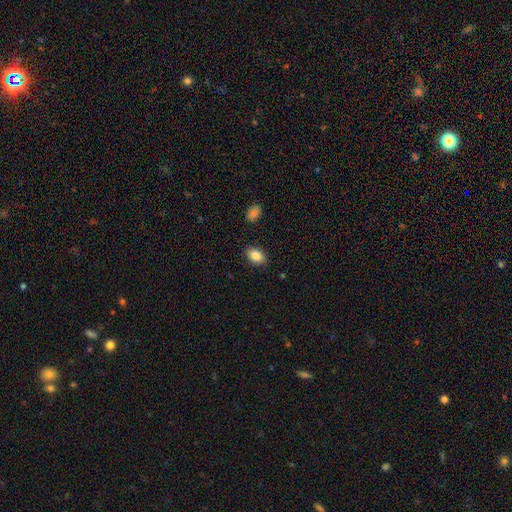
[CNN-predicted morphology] Smooth or featured: smooth — 85% (star or artifact — 8%)
How rounded: in between — 86% (round — 13%)
Merging: none — 88% (minor disturbance — 8%)